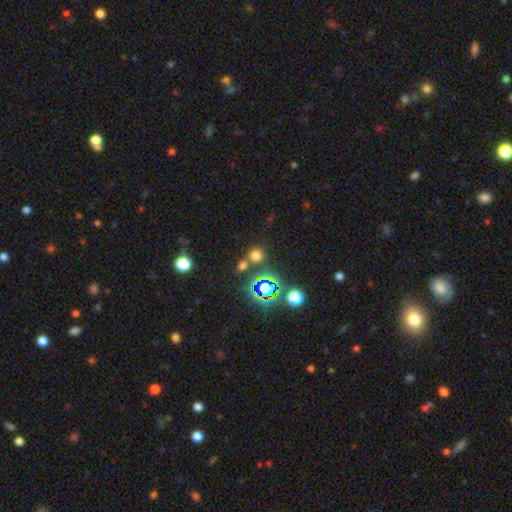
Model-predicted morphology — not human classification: Smooth or featured?
  - smooth: 62% *
  - star or artifact: 31%
  - featured or disk: 7%
How rounded?
  - round: 88% *
  - in between: 11%
  - cigar-shaped: 1%
Merging?
  - none: 70% *
  - merger: 19%
  - minor disturbance: 8%
  - major disturbance: 4%